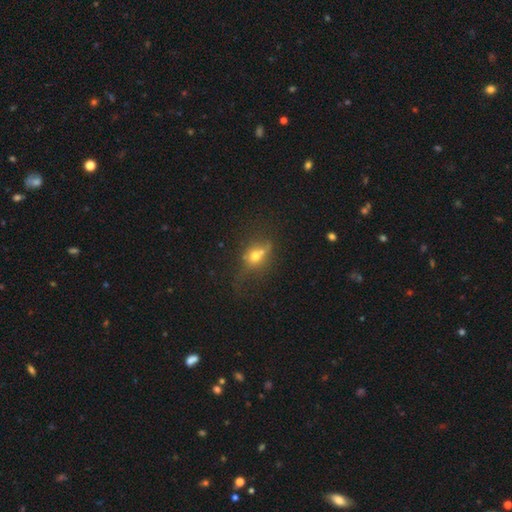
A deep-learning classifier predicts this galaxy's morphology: Smooth or featured?
  - smooth: 48% *
  - featured or disk: 32%
  - star or artifact: 20%
Merging?
  - none: 47% *
  - minor disturbance: 20%
  - major disturbance: 18%
  - merger: 15%